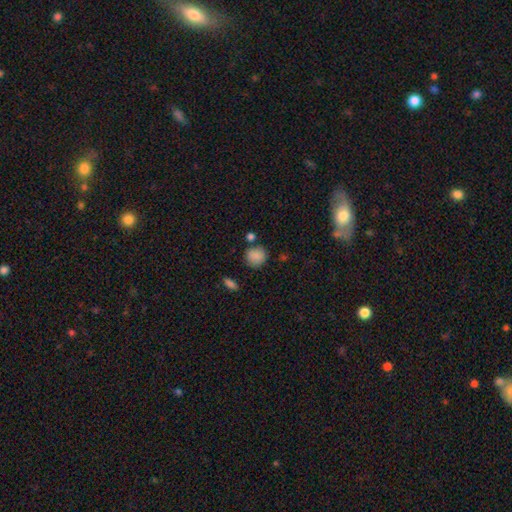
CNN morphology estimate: Smooth or featured?
  - smooth: 86% *
  - star or artifact: 9%
  - featured or disk: 5%
How rounded?
  - round: 85% *
  - in between: 14%
  - cigar-shaped: 1%
Merging?
  - none: 75% *
  - minor disturbance: 13%
  - merger: 8%
  - major disturbance: 4%